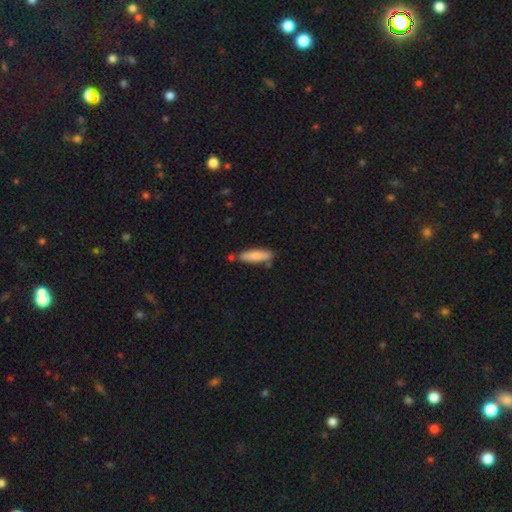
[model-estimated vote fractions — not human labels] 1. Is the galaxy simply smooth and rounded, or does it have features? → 81% smooth, 14% featured or disk, 6% star or artifact.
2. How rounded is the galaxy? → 70% cigar-shaped, 29% in between, 1% round.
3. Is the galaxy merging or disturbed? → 76% none, 14% minor disturbance, 7% merger, 3% major disturbance.